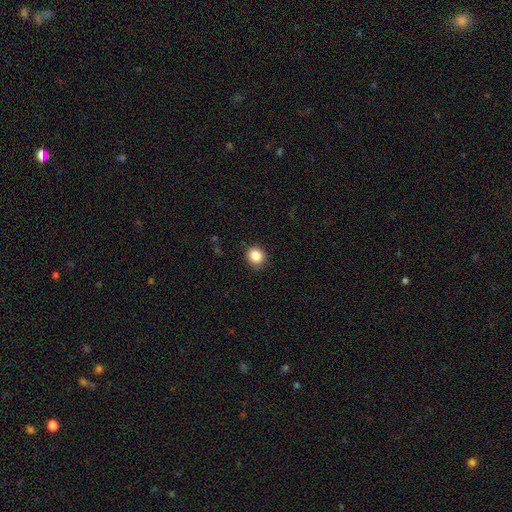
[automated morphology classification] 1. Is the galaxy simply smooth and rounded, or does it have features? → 87% smooth, 10% star or artifact, 3% featured or disk.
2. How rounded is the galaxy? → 87% round, 13% in between, 1% cigar-shaped.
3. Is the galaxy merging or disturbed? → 87% none, 10% minor disturbance, 2% major disturbance, 1% merger.